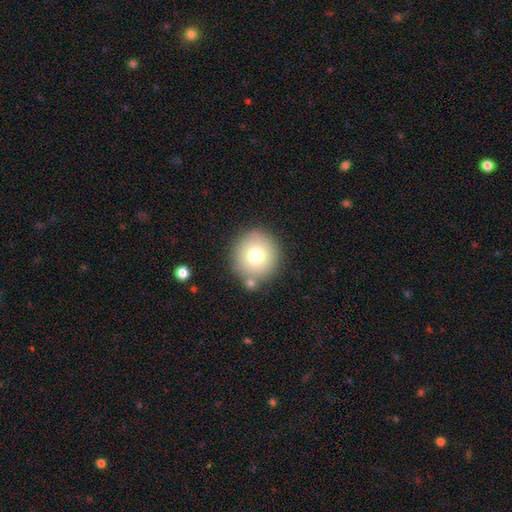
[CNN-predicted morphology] Smooth or featured?
  - smooth: 75% *
  - featured or disk: 14%
  - star or artifact: 11%
How rounded?
  - round: 95% *
  - in between: 4%
  - cigar-shaped: 1%
Merging?
  - none: 80% *
  - minor disturbance: 9%
  - merger: 8%
  - major disturbance: 3%